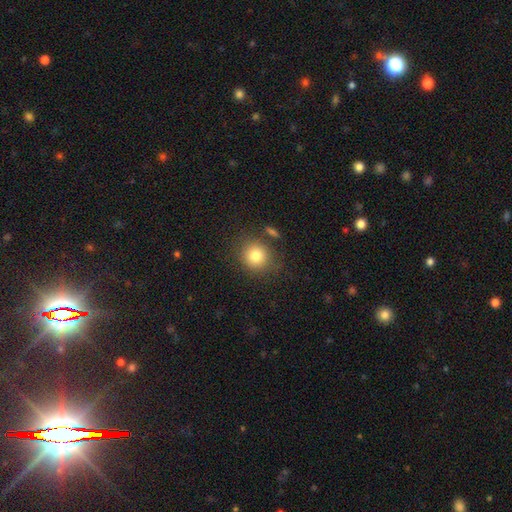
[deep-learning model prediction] Smooth or featured? smooth (81%)
How rounded? round (85%)
Merging? none (78%)